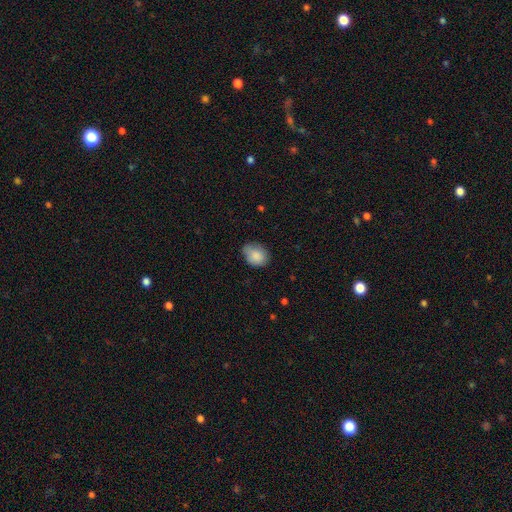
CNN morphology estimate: This is clearly a smooth galaxy (86%). How rounded: likely in between (63%). Merging: likely none (63%).